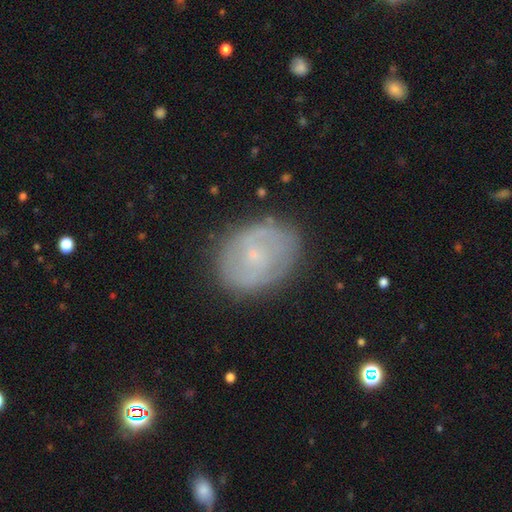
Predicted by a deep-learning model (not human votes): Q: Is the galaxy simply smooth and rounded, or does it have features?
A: featured or disk — 60%.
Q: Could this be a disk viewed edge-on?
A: no — 96%.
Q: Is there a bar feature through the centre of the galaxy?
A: no — 64%.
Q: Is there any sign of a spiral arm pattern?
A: yes — 65%.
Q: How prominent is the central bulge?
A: small — 84%.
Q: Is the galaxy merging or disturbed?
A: none — 81%.